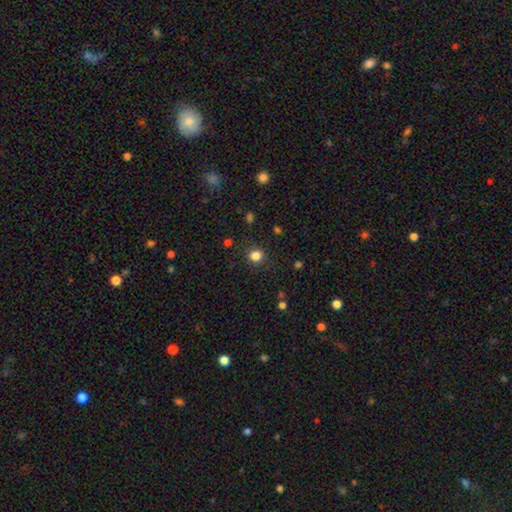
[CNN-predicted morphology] Smooth or featured: smooth — 83% (star or artifact — 13%)
How rounded: round — 87% (in between — 12%)
Merging: none — 88% (minor disturbance — 8%)